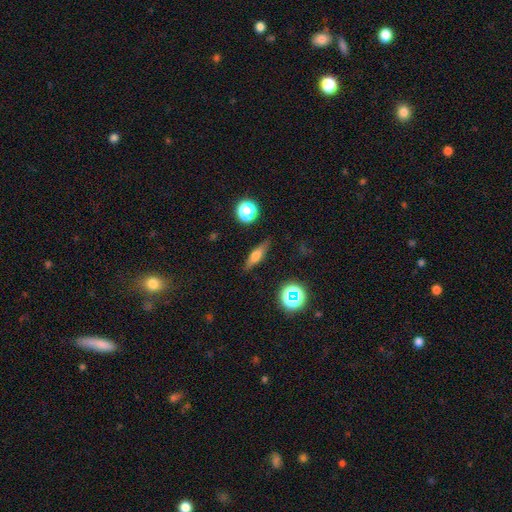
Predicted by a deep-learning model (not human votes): smooth-or-featured: smooth: 58% | featured or disk: 31% | star or artifact: 11%
  how-rounded: cigar-shaped: 61% | in between: 32% | round: 7%
  merging: none: 85% | minor disturbance: 11% | major disturbance: 3% | merger: 2%